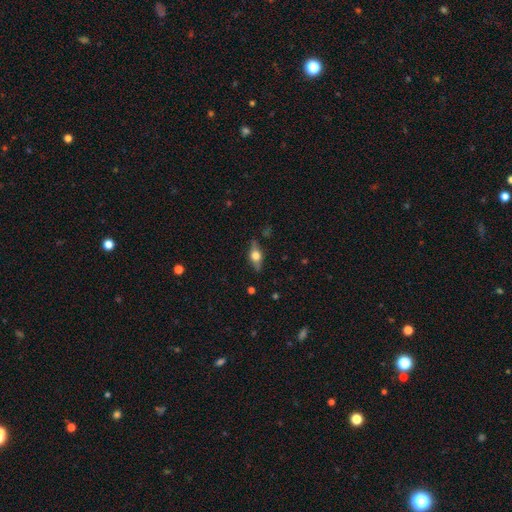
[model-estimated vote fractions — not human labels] Smooth or featured? Predicted: featured or disk (p=0.56). Edge-on disk? Predicted: yes (p=0.91). Edge-on bulge? Predicted: rounded (p=0.94). Merging? Predicted: none (p=0.83).